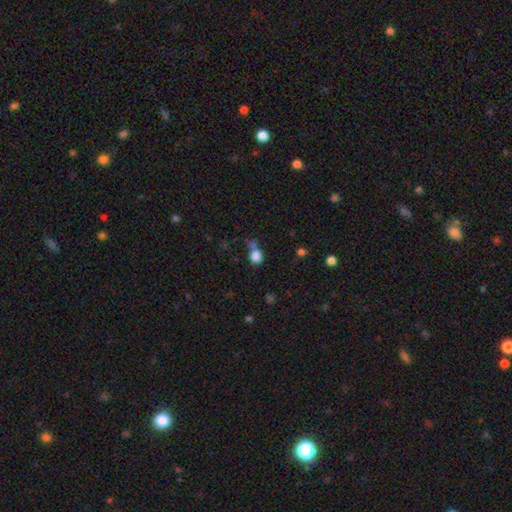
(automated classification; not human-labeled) Morphology: type=smooth (82%); roundness=round (69%); merging=none (44%).